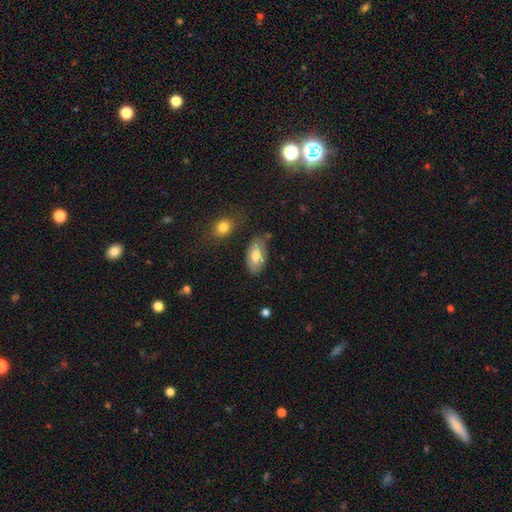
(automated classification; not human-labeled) smooth 66%, featured or disk 27%, star or artifact 7%. Down the decision tree: how rounded — in between (93%); merging — none (67%).